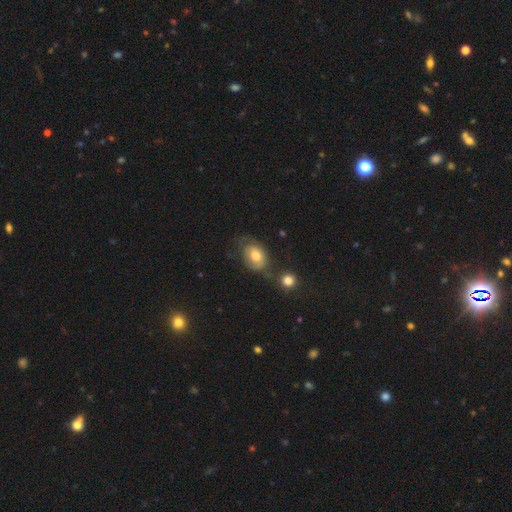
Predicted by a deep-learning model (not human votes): Q: Smooth or featured?
A: smooth (65%); runner-up: featured or disk (27%)
Q: How rounded?
A: in between (73%); runner-up: round (25%)
Q: Merging?
A: none (41%); runner-up: minor disturbance (27%)